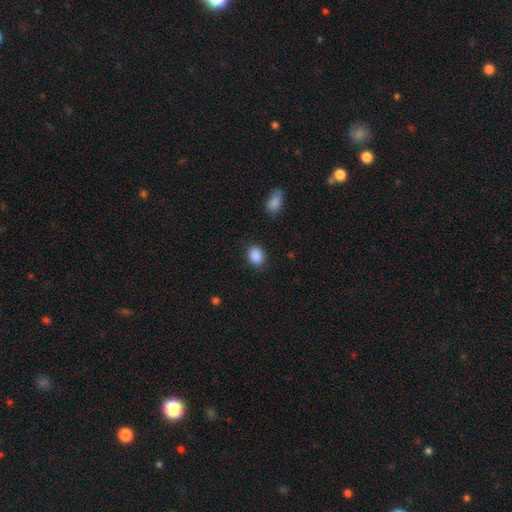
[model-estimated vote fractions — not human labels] This is clearly a smooth galaxy (89%). How rounded: possibly in between (56%). Merging: clearly none (86%).